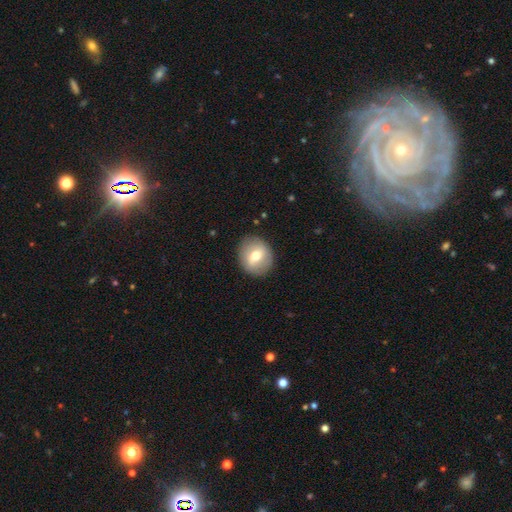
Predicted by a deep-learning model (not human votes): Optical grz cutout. It shows a smooth galaxy with no disk features (60%) that is round (72%). Merging: none (87%).